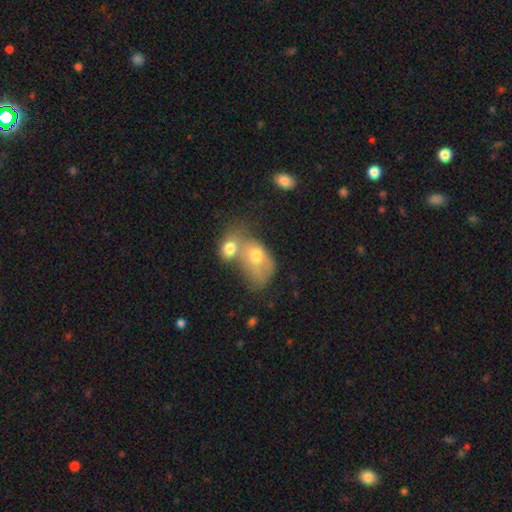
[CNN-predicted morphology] Smooth or featured? Predicted: smooth (p=0.65). How rounded? Predicted: in between (p=0.76). Merging? Predicted: merger (p=0.66).